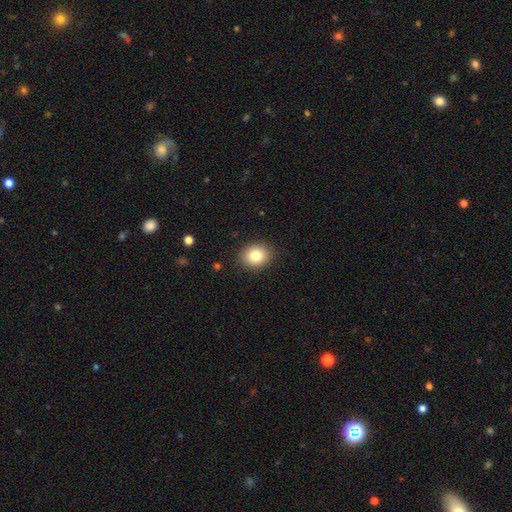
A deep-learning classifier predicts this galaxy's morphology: type=smooth (82%); roundness=round (63%); merging=none (89%).